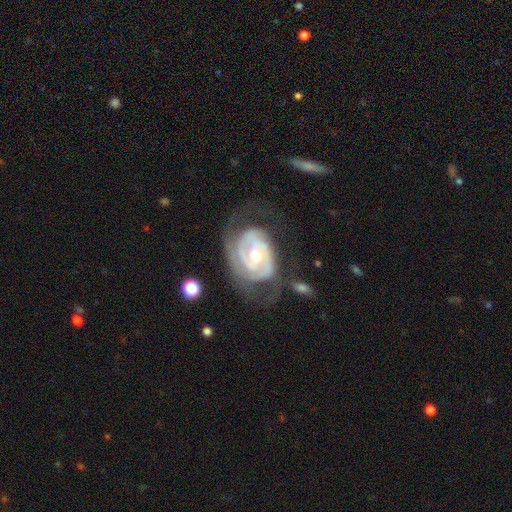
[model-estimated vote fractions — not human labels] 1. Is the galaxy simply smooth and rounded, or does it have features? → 90% featured or disk, 6% smooth, 4% star or artifact.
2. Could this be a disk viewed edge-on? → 97% no, 3% yes.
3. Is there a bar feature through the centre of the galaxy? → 43% weak, 41% no, 17% strong.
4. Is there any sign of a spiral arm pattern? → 96% yes, 4% no.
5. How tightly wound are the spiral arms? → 67% tight, 26% medium, 7% loose.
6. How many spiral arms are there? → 60% 2, 17% can't tell, 13% 3, 5% 1, 3% 4, 3% more than 4.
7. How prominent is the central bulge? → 63% moderate, 30% small, 4% large, 1% none, 1% dominant.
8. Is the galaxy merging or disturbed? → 55% none, 22% minor disturbance, 20% major disturbance, 3% merger.